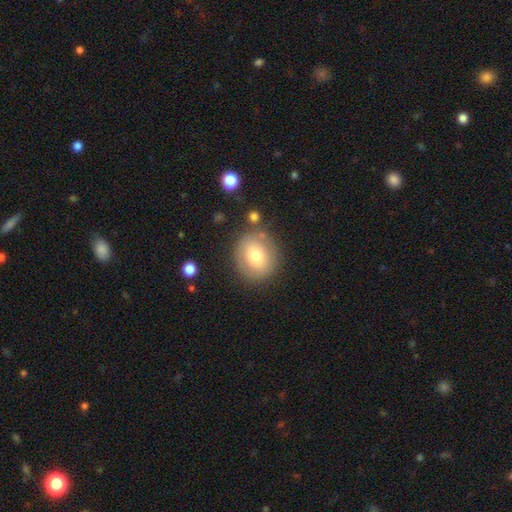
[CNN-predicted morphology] A smooth galaxy with no disk features (69%) that is round (76%).

Vote fractions:
- Smooth or featured? smooth: 69% / featured or disk: 22% / star or artifact: 9%
- How rounded? round: 76% / in between: 23% / cigar-shaped: 1%
- Merging? none: 79% / minor disturbance: 12% / major disturbance: 4% / merger: 4%